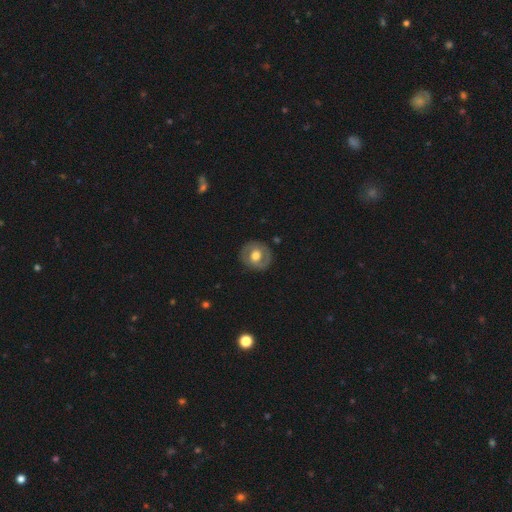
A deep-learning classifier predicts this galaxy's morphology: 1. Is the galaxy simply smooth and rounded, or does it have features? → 49% featured or disk, 45% smooth, 6% star or artifact.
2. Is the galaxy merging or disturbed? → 84% none, 11% minor disturbance, 4% major disturbance, 1% merger.